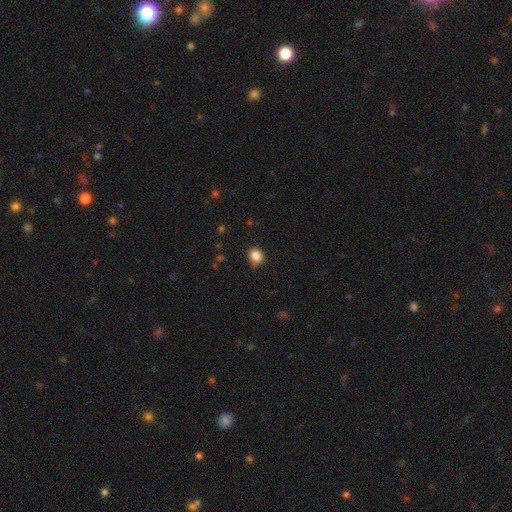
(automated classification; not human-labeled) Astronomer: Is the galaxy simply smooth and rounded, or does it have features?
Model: smooth — 85%.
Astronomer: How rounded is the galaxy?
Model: round — 72%.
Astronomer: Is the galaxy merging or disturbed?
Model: none — 75%.